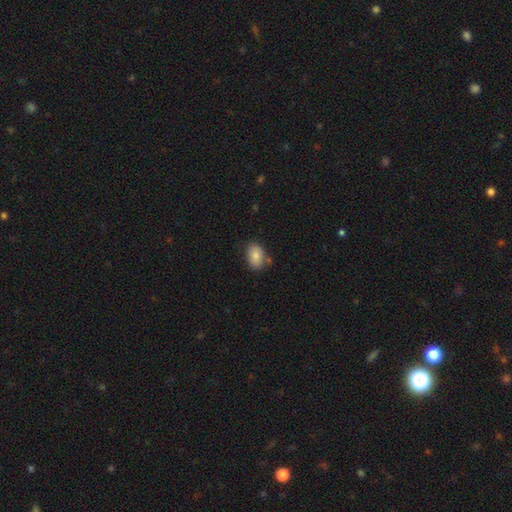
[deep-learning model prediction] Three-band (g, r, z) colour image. It shows a smooth galaxy with no disk features (83%) that is in between round and cigar-shaped (83%). Merging: none (73%).